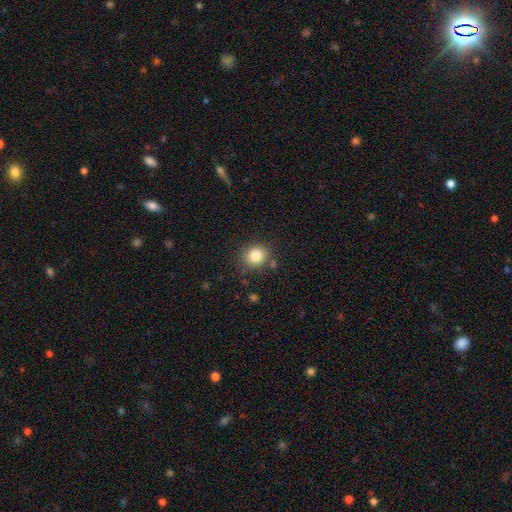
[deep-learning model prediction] Smooth or featured: smooth — 82% (star or artifact — 11%)
How rounded: round — 77% (in between — 22%)
Merging: none — 82% (minor disturbance — 11%)